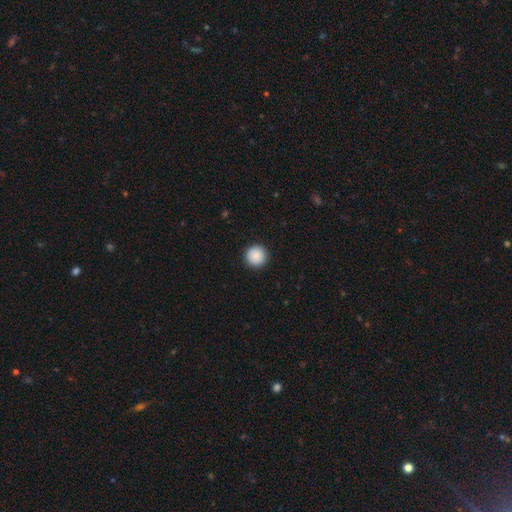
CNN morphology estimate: Smooth or featured? Predicted: smooth (p=0.88). How rounded? Predicted: round (p=0.96). Merging? Predicted: none (p=0.93).